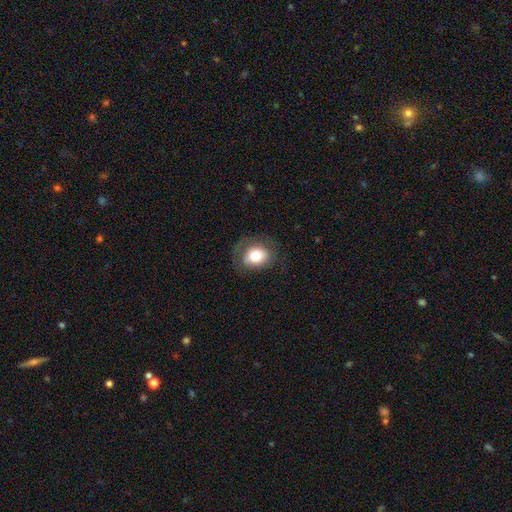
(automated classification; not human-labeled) Smooth or featured?
  - smooth: 74% *
  - featured or disk: 16%
  - star or artifact: 10%
How rounded?
  - round: 53% *
  - in between: 46%
  - cigar-shaped: 1%
Merging?
  - none: 74% *
  - minor disturbance: 17%
  - major disturbance: 8%
  - merger: 1%